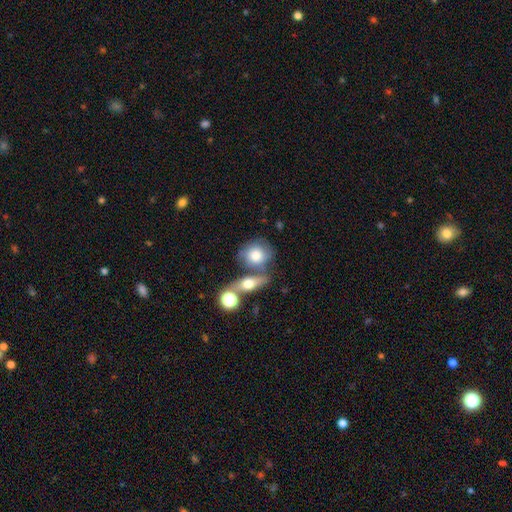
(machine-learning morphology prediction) Smooth or featured: smooth — 66% (featured or disk — 26%)
How rounded: round — 63% (in between — 35%)
Merging: none — 46% (merger — 34%)